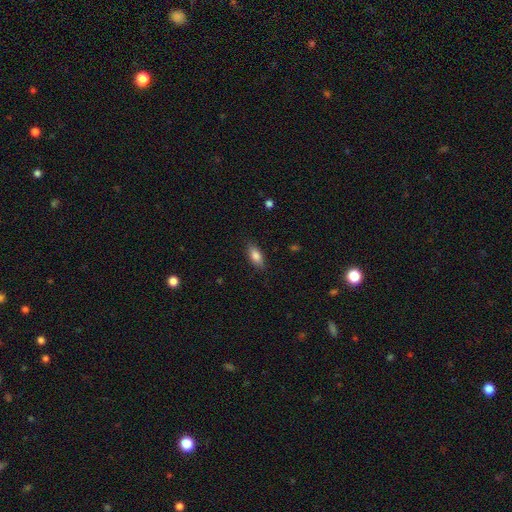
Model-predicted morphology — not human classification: Smooth or featured? Predicted: smooth (p=0.82). How rounded? Predicted: in between (p=0.82). Merging? Predicted: none (p=0.85).